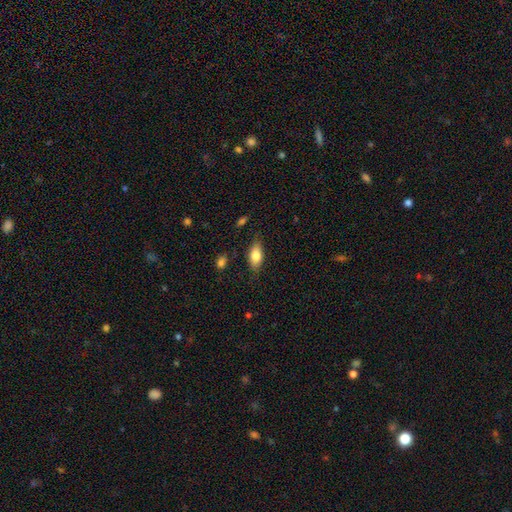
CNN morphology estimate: Smooth or featured? Predicted: smooth (p=0.77). How rounded? Predicted: in between (p=0.85). Merging? Predicted: none (p=0.80).